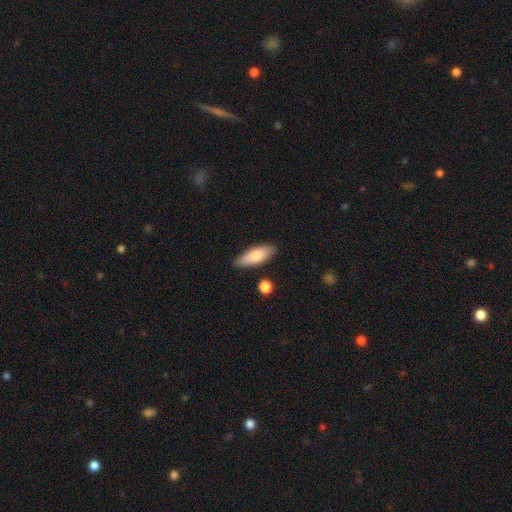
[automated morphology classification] smooth-or-featured: smooth: 78% | featured or disk: 16% | star or artifact: 6%
  how-rounded: in between: 66% | cigar-shaped: 31% | round: 2%
  merging: none: 82% | minor disturbance: 12% | merger: 3% | major disturbance: 2%